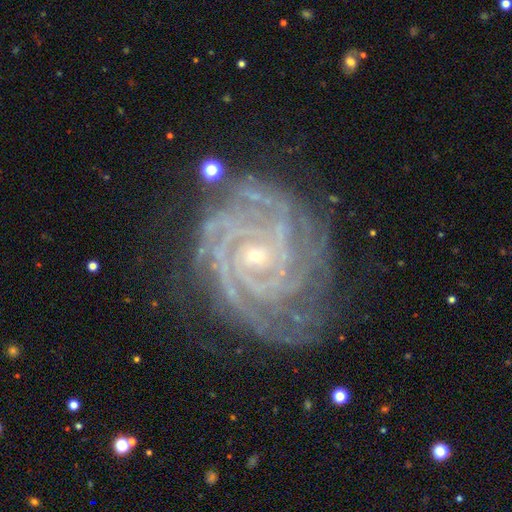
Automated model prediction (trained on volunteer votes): smooth-or-featured: featured or disk: 91% | star or artifact: 6% | smooth: 3%
  disk-edge-on: no: 98% | yes: 2%
    bar: no: 68% | weak: 22% | strong: 10%
    has-spiral-arms: yes: 99% | no: 1%
      spiral-winding: tight: 84% | medium: 14% | loose: 2%
      spiral-arm-count: 4: 26% | 3: 20% | more than 4: 17% | can't tell: 16% | 2: 14% | 1: 8%
    bulge-size: small: 80% | moderate: 17% | none: 1% | large: 1% | dominant: 1%
  merging: none: 73% | minor disturbance: 18% | major disturbance: 7% | merger: 2%